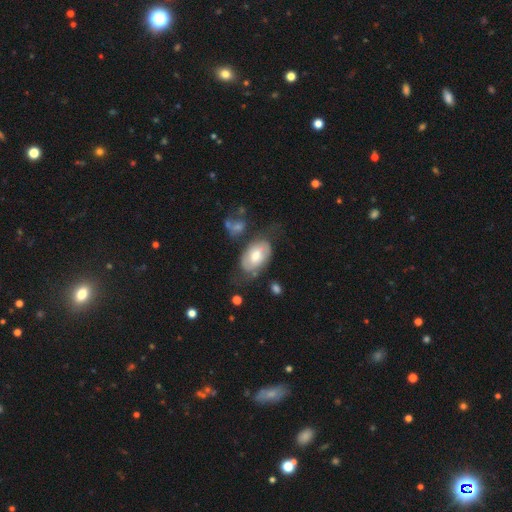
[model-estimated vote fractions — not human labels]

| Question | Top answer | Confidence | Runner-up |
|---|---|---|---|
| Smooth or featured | featured or disk | 57% | smooth (37%) |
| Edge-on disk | no | 94% | yes (6%) |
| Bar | no | 52% | weak (38%) |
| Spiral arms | yes | 75% | no (25%) |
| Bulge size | moderate | 65% | small (18%) |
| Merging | none | 51% | minor disturbance (23%) |